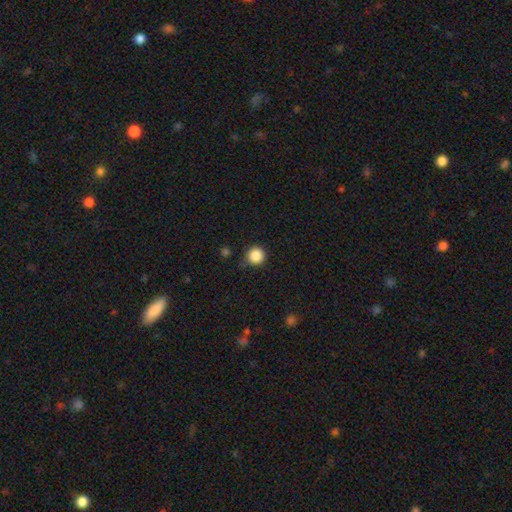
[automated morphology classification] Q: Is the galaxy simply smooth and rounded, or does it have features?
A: smooth — 87%.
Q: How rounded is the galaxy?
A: round — 96%.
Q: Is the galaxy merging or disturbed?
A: none — 84%.